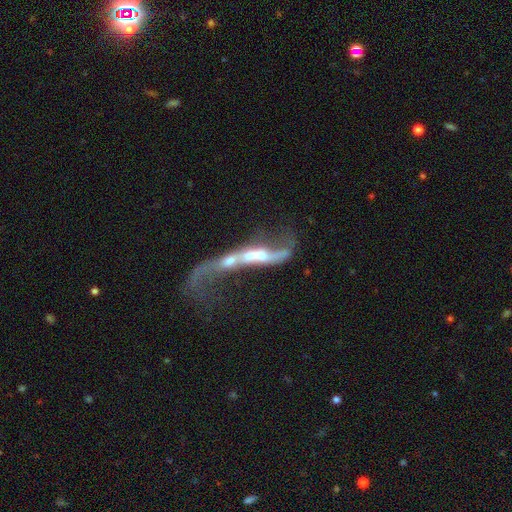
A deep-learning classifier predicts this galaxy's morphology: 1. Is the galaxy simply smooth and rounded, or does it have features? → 70% featured or disk, 21% smooth, 9% star or artifact.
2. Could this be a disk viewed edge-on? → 76% no, 24% yes.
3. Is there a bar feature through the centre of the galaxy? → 54% no, 28% weak, 18% strong.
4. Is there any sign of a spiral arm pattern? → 60% yes, 40% no.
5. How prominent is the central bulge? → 37% moderate, 24% small, 23% none, 12% large, 3% dominant.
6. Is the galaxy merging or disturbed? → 65% merger, 19% major disturbance, 10% none, 6% minor disturbance.